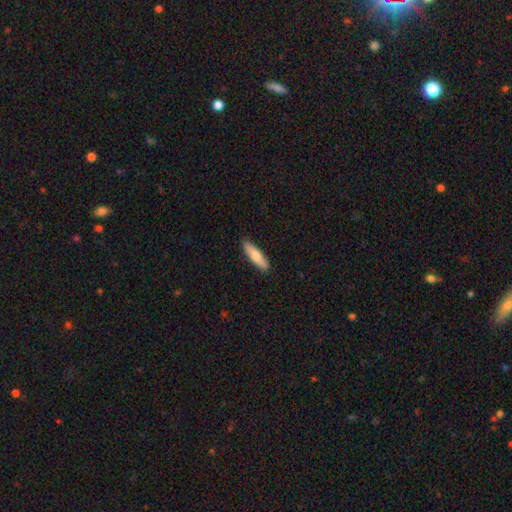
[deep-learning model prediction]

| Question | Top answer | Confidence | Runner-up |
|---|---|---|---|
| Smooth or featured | smooth | 72% | featured or disk (22%) |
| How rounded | cigar-shaped | 68% | in between (31%) |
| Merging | none | 89% | minor disturbance (8%) |